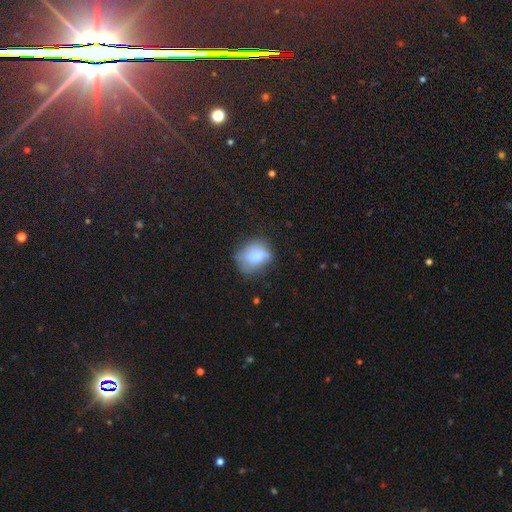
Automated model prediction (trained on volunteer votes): Morphology: type=smooth (79%); roundness=in between (59%); merging=none (49%).